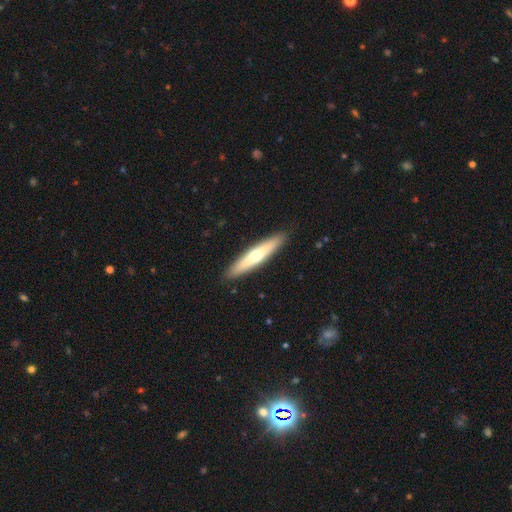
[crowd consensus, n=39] smooth-or-featured: smooth: 59% | featured or disk: 38% | star or artifact: 3%
  how-rounded: cigar-shaped: 87% | in between: 13% | round: 0%
  merging: none: 92% | minor disturbance: 8% | major disturbance: 0% | merger: 0%